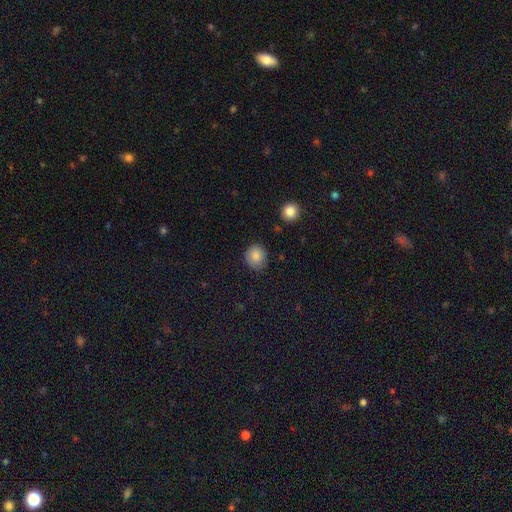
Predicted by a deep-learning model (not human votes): Smooth or featured? Predicted: smooth (p=0.86). How rounded? Predicted: round (p=0.83). Merging? Predicted: none (p=0.83).